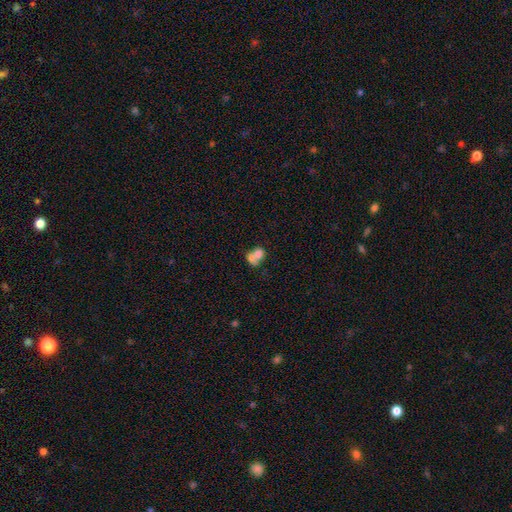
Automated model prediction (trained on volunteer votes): This appears to be a smooth galaxy with no disk features (67%) that is in between round and cigar-shaped (54%). Merging: merger (70%).